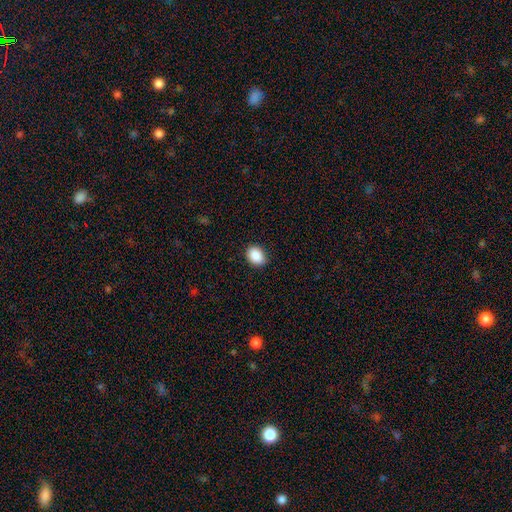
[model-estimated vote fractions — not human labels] smooth 89%, star or artifact 8%, featured or disk 3%. Down the decision tree: how rounded — in between (67%); merging — none (88%).